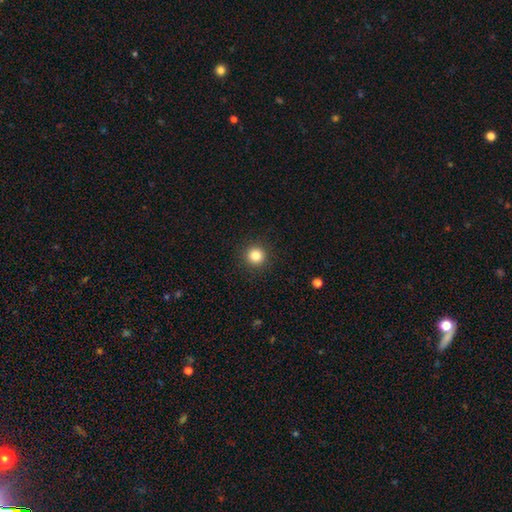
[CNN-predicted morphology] A smooth galaxy with no disk features (84%) that is round (95%).

Vote fractions:
- Smooth or featured? smooth: 84% / star or artifact: 11% / featured or disk: 5%
- How rounded? round: 95% / in between: 4% / cigar-shaped: 1%
- Merging? none: 92% / minor disturbance: 5% / major disturbance: 2% / merger: 1%